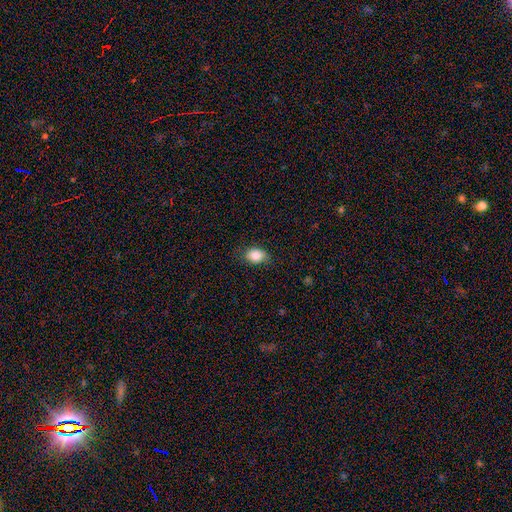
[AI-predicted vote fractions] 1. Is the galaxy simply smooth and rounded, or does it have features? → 84% smooth, 9% star or artifact, 7% featured or disk.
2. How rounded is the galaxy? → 69% in between, 30% round, 1% cigar-shaped.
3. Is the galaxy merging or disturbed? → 79% none, 17% minor disturbance, 4% major disturbance, 1% merger.